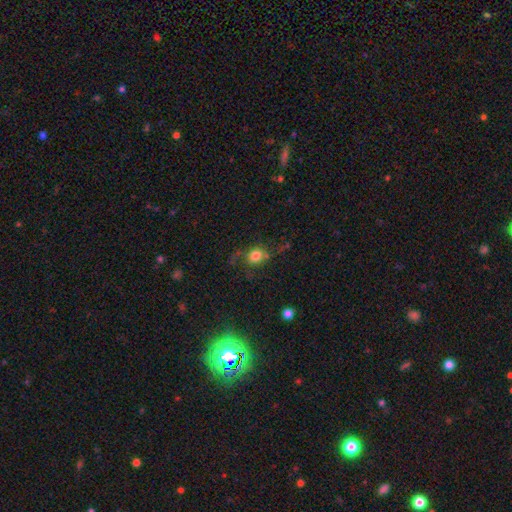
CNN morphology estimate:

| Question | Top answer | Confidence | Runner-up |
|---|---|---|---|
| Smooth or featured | smooth | 67% | featured or disk (21%) |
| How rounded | round | 69% | in between (29%) |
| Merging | none | 55% | minor disturbance (21%) |